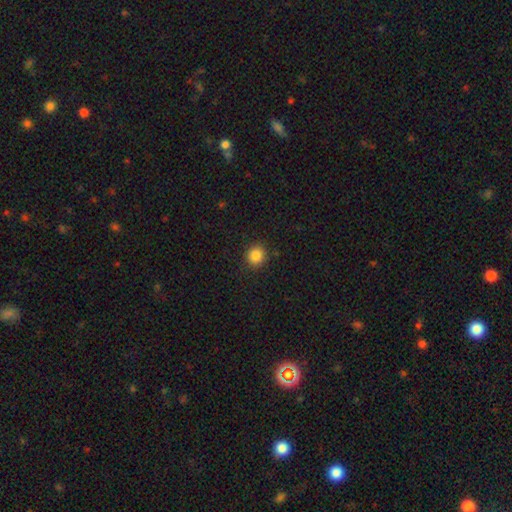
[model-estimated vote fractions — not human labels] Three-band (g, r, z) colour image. It shows a smooth galaxy with no disk features (85%) that is round (89%). Merging: none (90%).